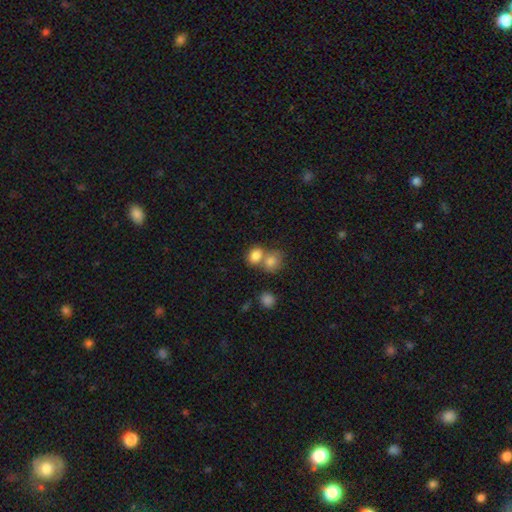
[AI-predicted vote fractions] This appears to be a smooth galaxy with no disk features (82%) that is in between round and cigar-shaped (51%). Merging: merger (49%).